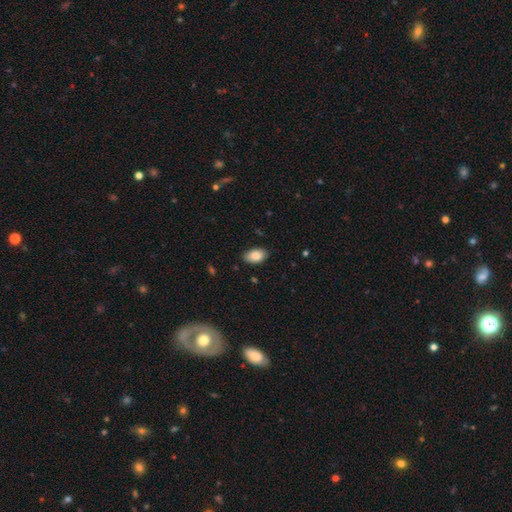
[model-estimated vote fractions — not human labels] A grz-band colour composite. It shows a smooth galaxy with no disk features (87%) that is in between round and cigar-shaped (92%). Merging: none (83%).